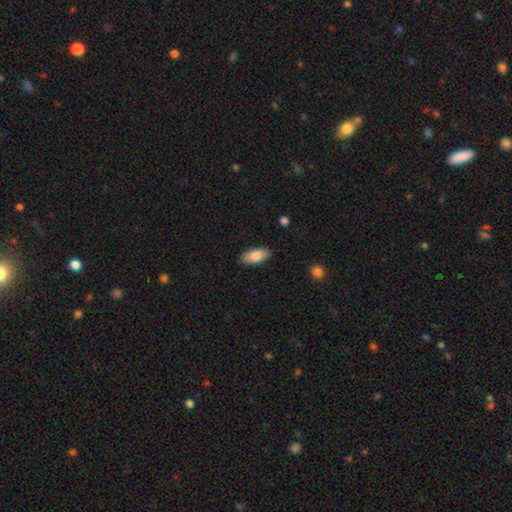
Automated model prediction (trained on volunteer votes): Smooth or featured? Predicted: smooth (p=0.84). How rounded? Predicted: in between (p=0.87). Merging? Predicted: none (p=0.86).